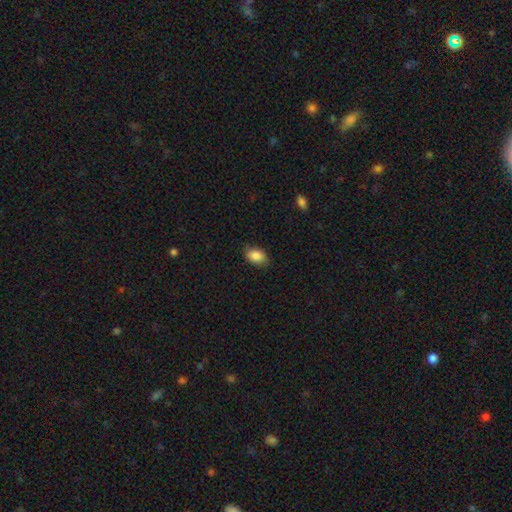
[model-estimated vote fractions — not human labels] Smooth or featured: smooth — 87% (star or artifact — 8%)
How rounded: in between — 82% (round — 17%)
Merging: none — 81% (minor disturbance — 15%)